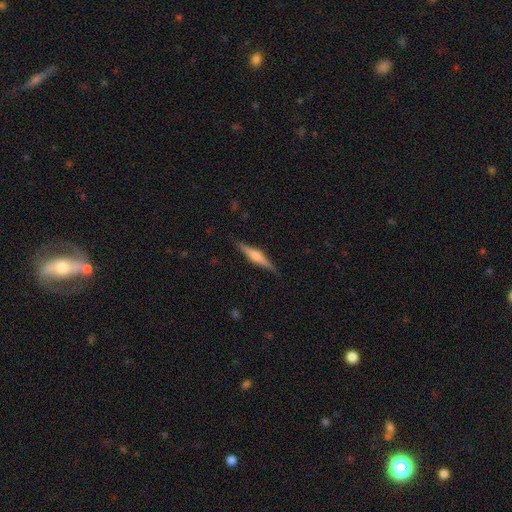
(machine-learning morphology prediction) type=featured or disk (69%); edge-on=yes (98%); edge-on bulge=rounded (84%); merging=none (89%).